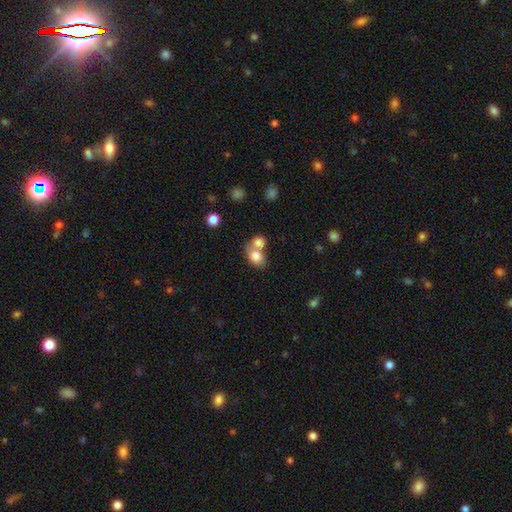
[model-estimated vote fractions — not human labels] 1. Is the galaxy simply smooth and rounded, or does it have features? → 79% smooth, 12% featured or disk, 9% star or artifact.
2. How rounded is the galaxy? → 52% in between, 46% round, 1% cigar-shaped.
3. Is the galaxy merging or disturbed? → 57% merger, 31% none, 8% minor disturbance, 4% major disturbance.